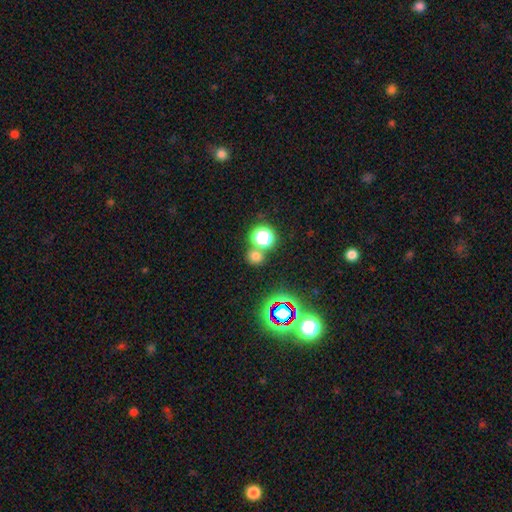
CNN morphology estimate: Overall: smooth (66%; star or artifact 27%). How rounded: round (86%). Merging: none (70%).